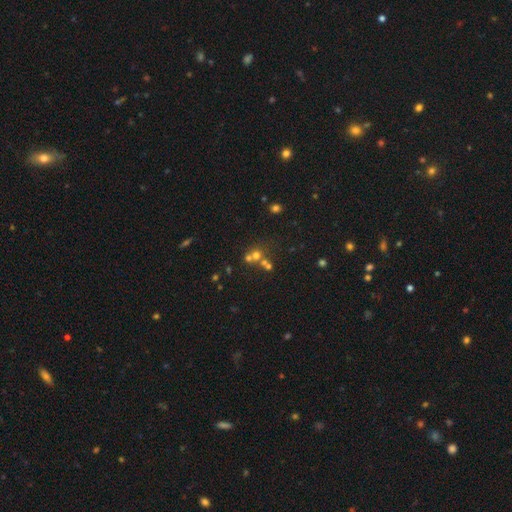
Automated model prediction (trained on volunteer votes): smooth 53%, star or artifact 26%, featured or disk 21%. Down the decision tree: how rounded — round (85%); merging — merger (45%).